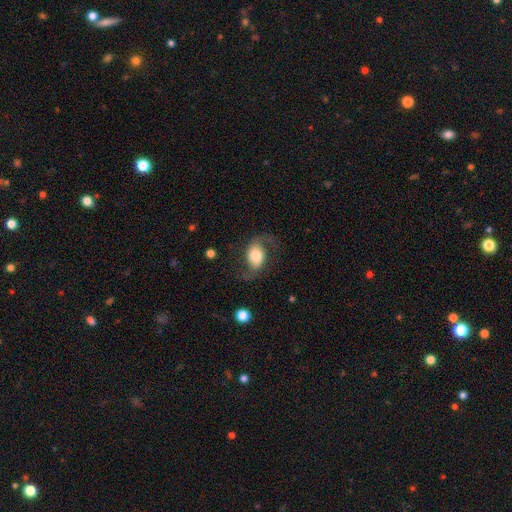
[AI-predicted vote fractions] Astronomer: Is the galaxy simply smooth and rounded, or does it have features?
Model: featured or disk — 65%.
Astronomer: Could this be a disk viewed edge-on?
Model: no — 96%.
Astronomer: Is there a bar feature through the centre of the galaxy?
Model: no — 60%.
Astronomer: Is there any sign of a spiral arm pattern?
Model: yes — 91%.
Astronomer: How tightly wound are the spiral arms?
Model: loose — 72%.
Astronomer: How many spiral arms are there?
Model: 2 — 91%.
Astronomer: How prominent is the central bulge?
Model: moderate — 47% (runner-up: large, 32%).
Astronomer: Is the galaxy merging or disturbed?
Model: none — 65%.